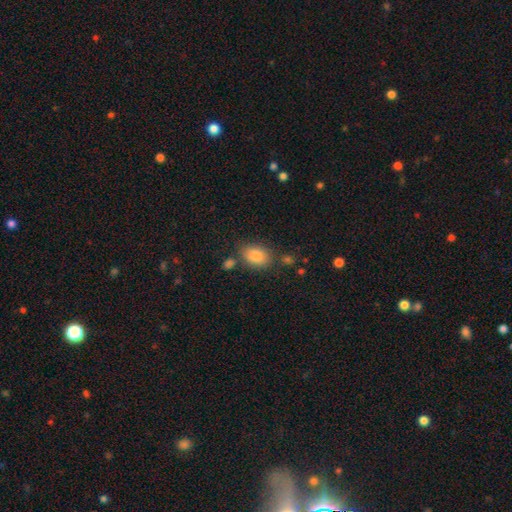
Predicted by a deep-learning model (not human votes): Smooth or featured?
  - smooth: 85% *
  - star or artifact: 9%
  - featured or disk: 6%
How rounded?
  - in between: 77% *
  - round: 22%
  - cigar-shaped: 1%
Merging?
  - none: 74% *
  - minor disturbance: 15%
  - merger: 7%
  - major disturbance: 4%